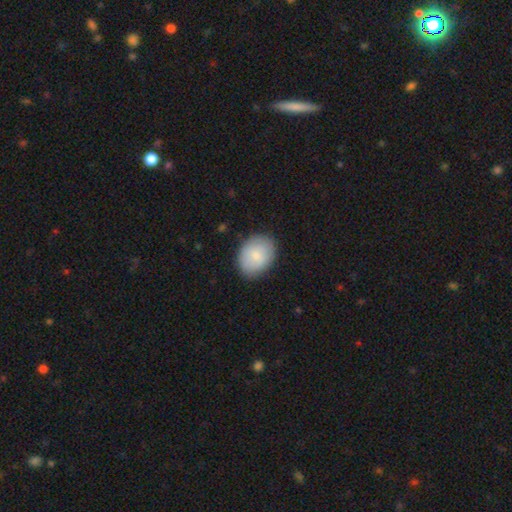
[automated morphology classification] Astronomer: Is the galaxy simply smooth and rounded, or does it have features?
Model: smooth — 78%.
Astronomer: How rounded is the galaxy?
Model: in between — 60% (runner-up: round, 39%).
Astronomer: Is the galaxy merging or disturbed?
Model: none — 82%.